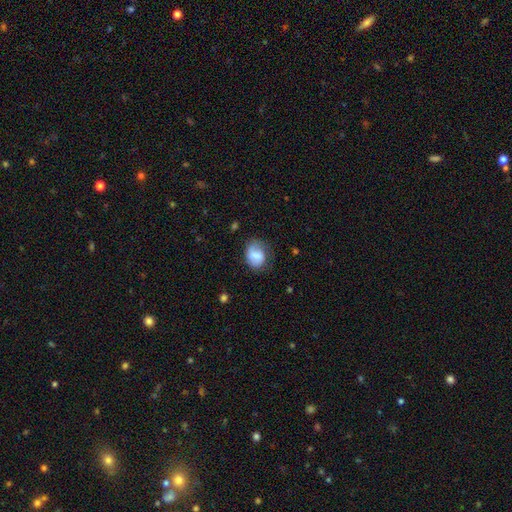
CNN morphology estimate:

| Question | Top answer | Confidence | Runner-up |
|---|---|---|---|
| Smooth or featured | smooth | 69% | featured or disk (24%) |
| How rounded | round | 50% | in between (49%) |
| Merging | none | 55% | minor disturbance (29%) |